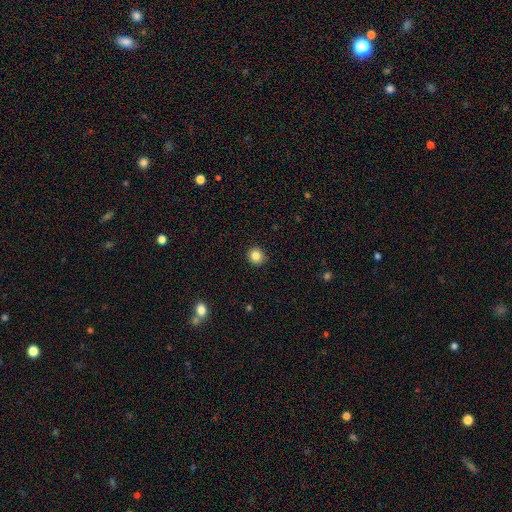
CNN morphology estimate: Q: Smooth or featured?
A: smooth (84%); runner-up: star or artifact (11%)
Q: How rounded?
A: round (90%); runner-up: in between (9%)
Q: Merging?
A: none (91%); runner-up: minor disturbance (6%)